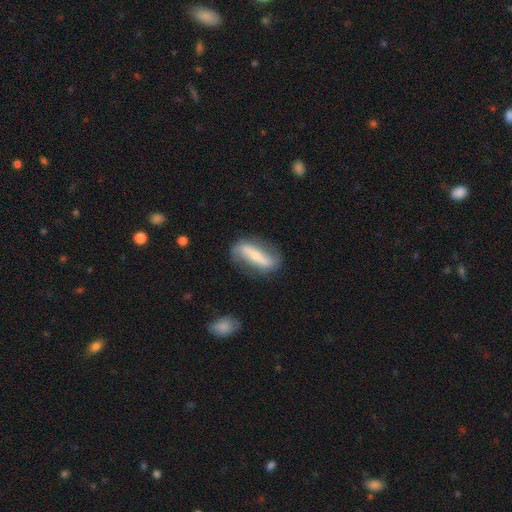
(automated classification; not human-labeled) featured or disk 66%, smooth 28%, star or artifact 6%. Down the decision tree: edge-on disk — no (78%); bar — strong (70%); spiral arms — yes (74%); bulge size — small (54%); merging — none (75%).